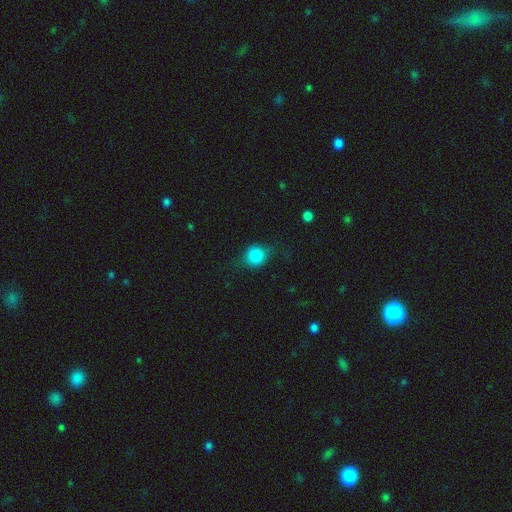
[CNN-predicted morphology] smooth 80%, featured or disk 11%, star or artifact 9%. Down the decision tree: how rounded — round (78%); merging — none (66%).